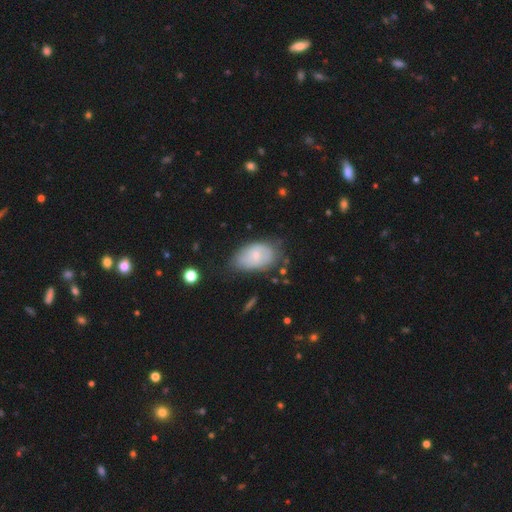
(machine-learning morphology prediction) Overall: smooth (59%; featured or disk 34%). How rounded: in between (90%). Merging: none (56%; minor disturbance 31%).